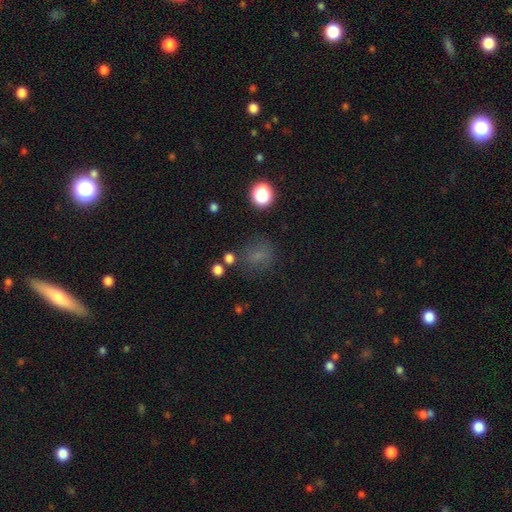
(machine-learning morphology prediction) Smooth or featured?
  - smooth: 63% *
  - star or artifact: 25%
  - featured or disk: 12%
How rounded?
  - round: 68% *
  - in between: 30%
  - cigar-shaped: 2%
Merging?
  - none: 70% *
  - minor disturbance: 16%
  - major disturbance: 8%
  - merger: 5%